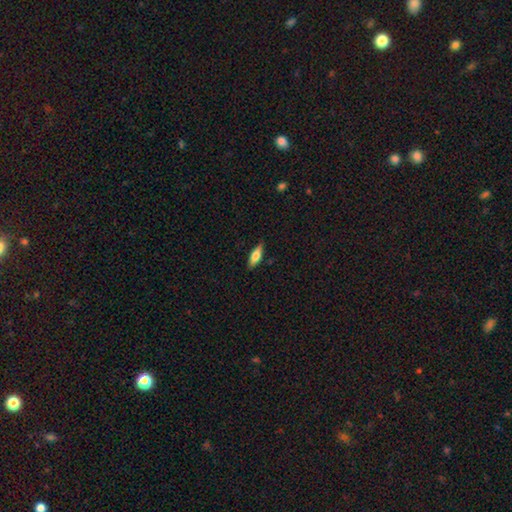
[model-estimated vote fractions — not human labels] A smooth galaxy with no disk features (67%) that is in between round and cigar-shaped (61%).

Vote fractions:
- Smooth or featured? smooth: 67% / featured or disk: 27% / star or artifact: 7%
- How rounded? in between: 61% / cigar-shaped: 37% / round: 3%
- Merging? none: 84% / minor disturbance: 12% / major disturbance: 2% / merger: 1%